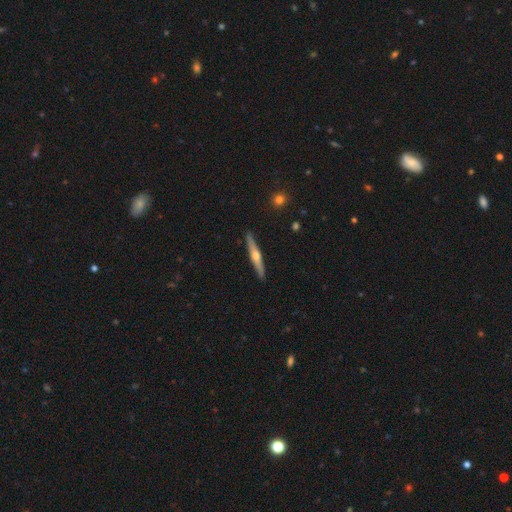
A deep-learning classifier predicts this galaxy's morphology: Smooth or featured? featured or disk (63%)
Edge-on disk? yes (97%)
Edge-on bulge? rounded (90%)
Merging? none (90%)